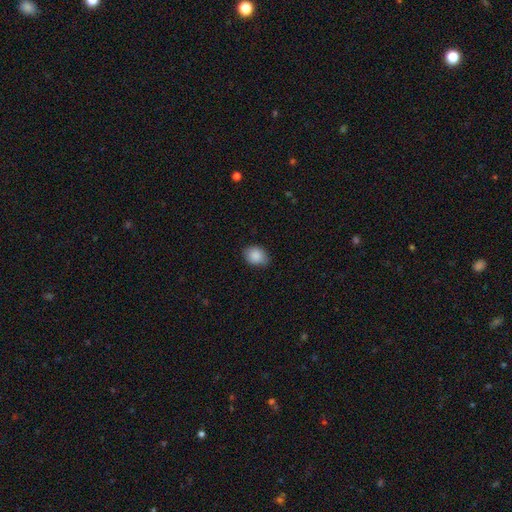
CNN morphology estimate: Overall: smooth (88%). How rounded: in between (63%; round 36%). Merging: none (81%).